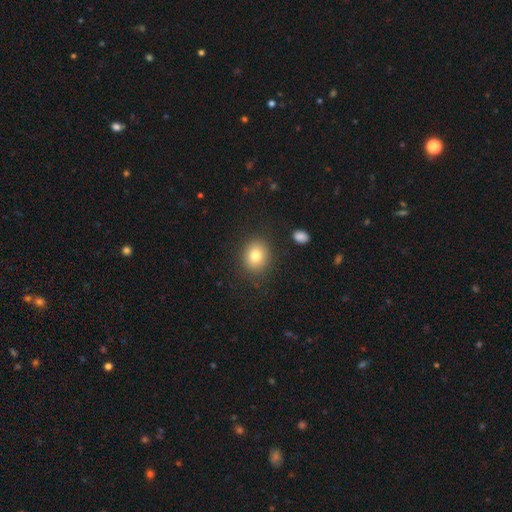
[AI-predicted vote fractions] A smooth galaxy with no disk features (78%) that is round (69%).

Vote fractions:
- Smooth or featured? smooth: 78% / star or artifact: 11% / featured or disk: 11%
- How rounded? round: 69% / in between: 30% / cigar-shaped: 1%
- Merging? none: 86% / minor disturbance: 9% / major disturbance: 3% / merger: 2%